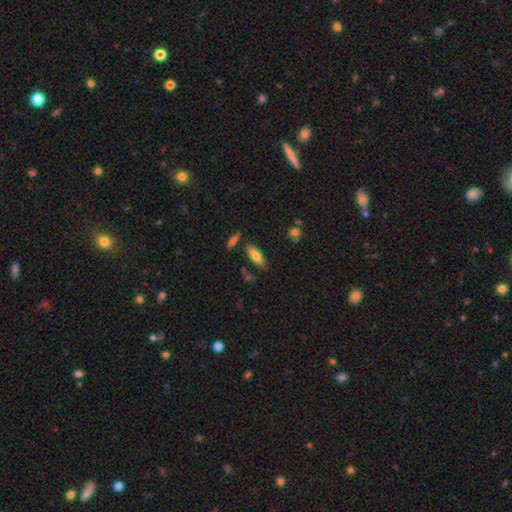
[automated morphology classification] Q: Smooth or featured?
A: smooth (70%); runner-up: featured or disk (23%)
Q: How rounded?
A: in between (59%); runner-up: cigar-shaped (39%)
Q: Merging?
A: none (78%); runner-up: minor disturbance (13%)